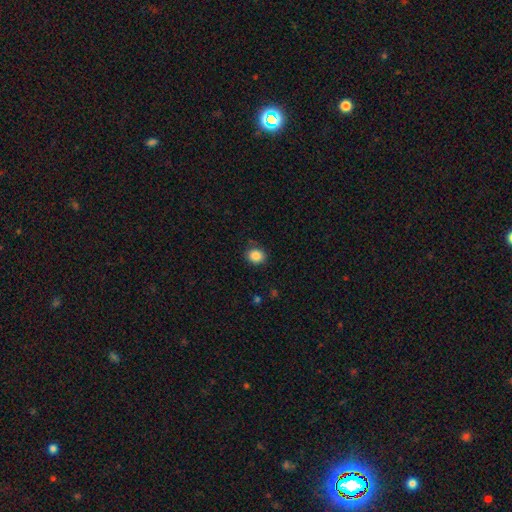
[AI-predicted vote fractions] smooth-or-featured: smooth: 86% | star or artifact: 10% | featured or disk: 4%
  how-rounded: round: 77% | in between: 22% | cigar-shaped: 1%
  merging: none: 83% | minor disturbance: 13% | major disturbance: 3% | merger: 1%